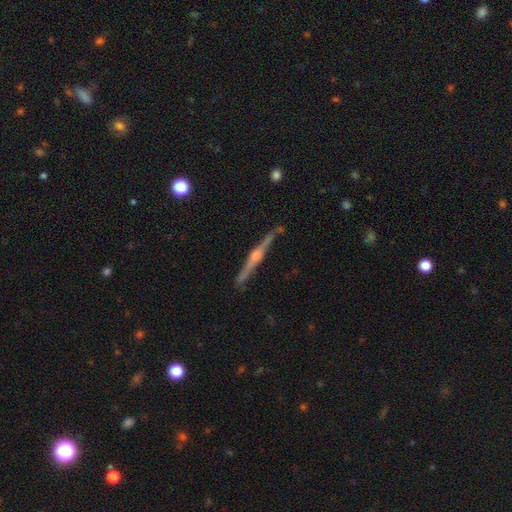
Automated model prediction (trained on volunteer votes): A featured or disk galaxy (84%) viewed edge-on (98%) with a rounded central bulge (90%).

Vote fractions:
- Smooth or featured? featured or disk: 84% / smooth: 10% / star or artifact: 6%
- Edge-on disk? yes: 98% / no: 2%
- Edge-on bulge? rounded: 90% / boxy: 6% / none: 4%
- Merging? none: 86% / minor disturbance: 10% / merger: 2% / major disturbance: 2%